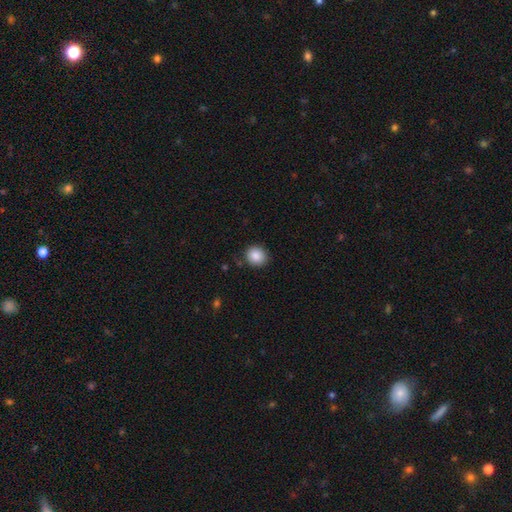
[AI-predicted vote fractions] smooth_or_featured: smooth (p=0.87) [alt: star or artifact p=0.09]
how_rounded: round (p=0.81) [alt: in between p=0.18]
merging: none (p=0.85) [alt: minor disturbance p=0.11]